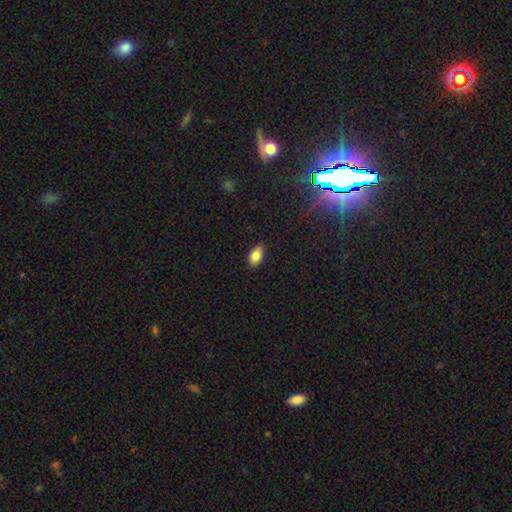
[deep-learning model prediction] A smooth galaxy with no disk features (86%) that is in between round and cigar-shaped (92%).

Vote fractions:
- Smooth or featured? smooth: 86% / star or artifact: 8% / featured or disk: 6%
- How rounded? in between: 92% / round: 6% / cigar-shaped: 2%
- Merging? none: 84% / minor disturbance: 13% / major disturbance: 2% / merger: 1%